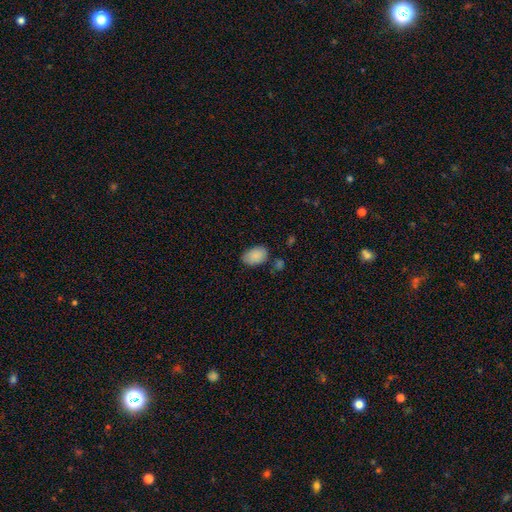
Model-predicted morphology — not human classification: A smooth galaxy with no disk features (89%) that is in between round and cigar-shaped (90%). Merging: none (72%).